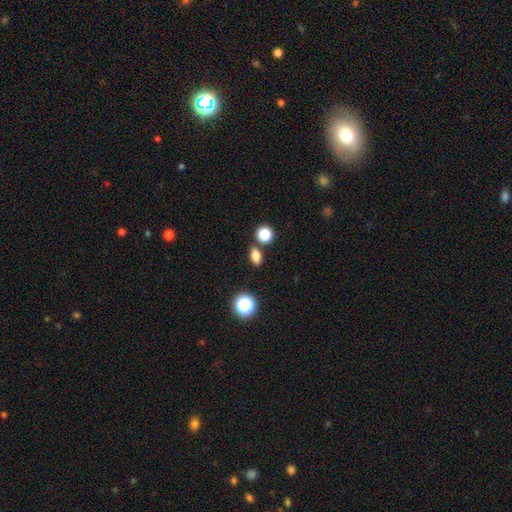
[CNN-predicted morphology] Smooth or featured: smooth — 79% (star or artifact — 14%)
How rounded: in between — 74% (round — 23%)
Merging: none — 77% (merger — 10%)